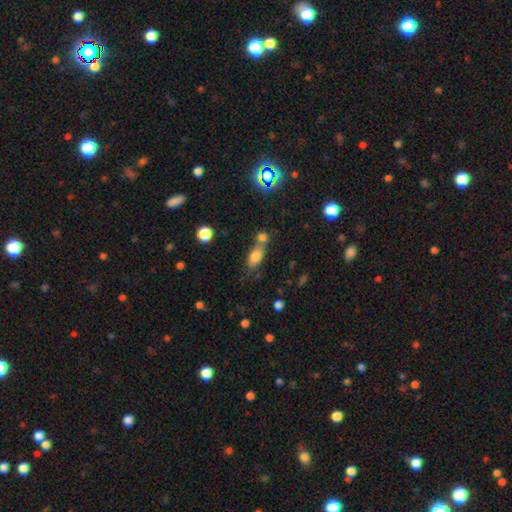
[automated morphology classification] smooth_or_featured: smooth (p=0.77) [alt: featured or disk p=0.12]
how_rounded: in between (p=0.81) [alt: round p=0.10]
merging: merger (p=0.45) [alt: none p=0.40]